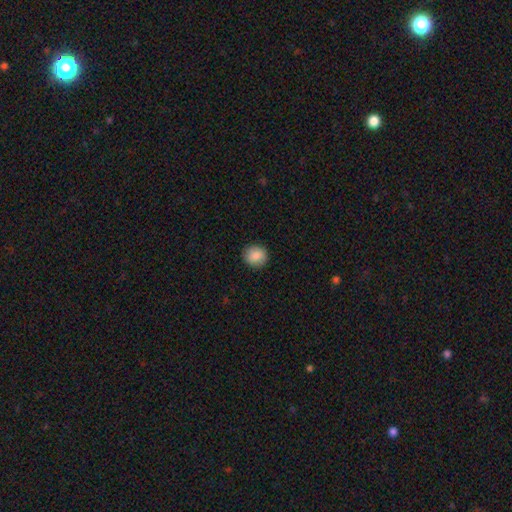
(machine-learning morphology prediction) smooth 87%, star or artifact 8%, featured or disk 5%. Down the decision tree: how rounded — round (87%); merging — none (90%).